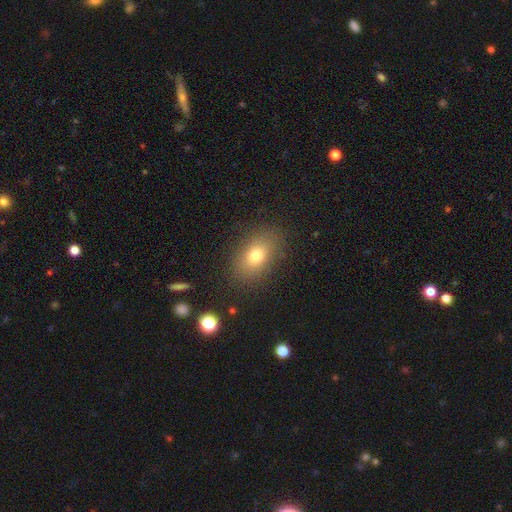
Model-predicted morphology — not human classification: smooth-or-featured: smooth: 75% | featured or disk: 13% | star or artifact: 12%
  how-rounded: in between: 80% | round: 17% | cigar-shaped: 2%
  merging: none: 85% | minor disturbance: 10% | major disturbance: 4% | merger: 1%